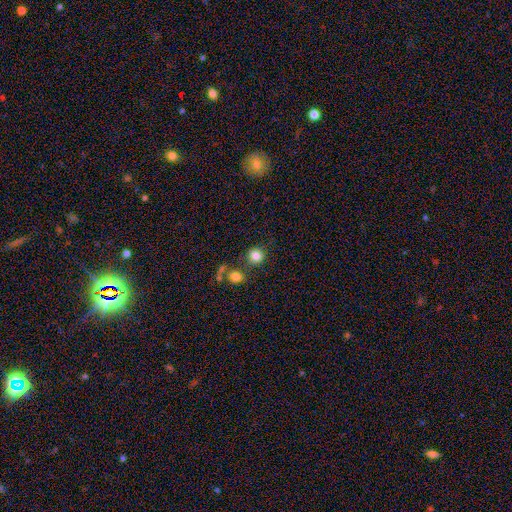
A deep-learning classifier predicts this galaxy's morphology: Smooth or featured?
  - smooth: 83% *
  - star or artifact: 11%
  - featured or disk: 6%
How rounded?
  - round: 91% *
  - in between: 8%
  - cigar-shaped: 1%
Merging?
  - none: 79% *
  - minor disturbance: 9%
  - merger: 9%
  - major disturbance: 3%